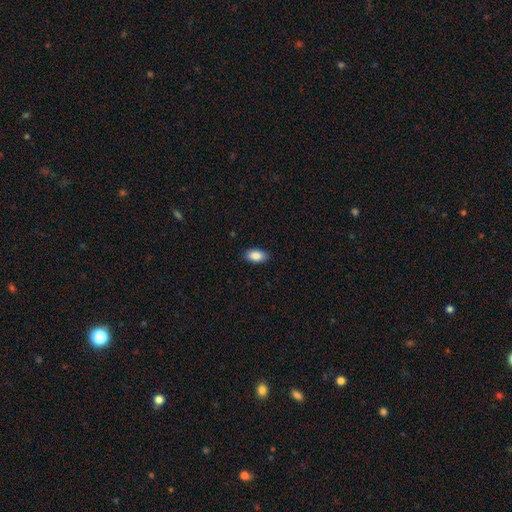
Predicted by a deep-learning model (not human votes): Morphology: type=smooth (88%); roundness=in between (93%); merging=none (88%).